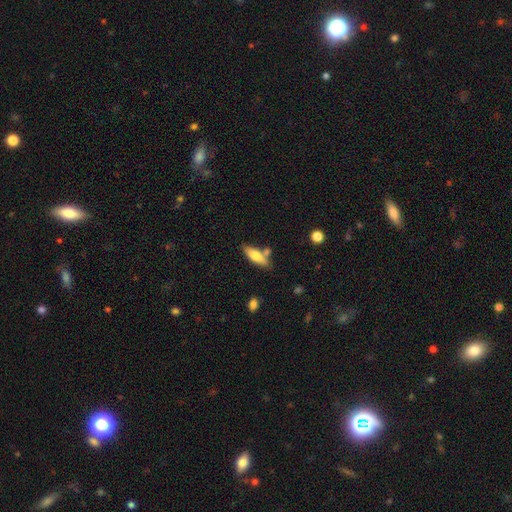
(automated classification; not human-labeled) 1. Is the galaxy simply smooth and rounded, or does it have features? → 66% smooth, 28% featured or disk, 6% star or artifact.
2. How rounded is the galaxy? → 49% in between, 48% cigar-shaped, 2% round.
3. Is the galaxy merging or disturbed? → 68% none, 14% minor disturbance, 14% merger, 3% major disturbance.